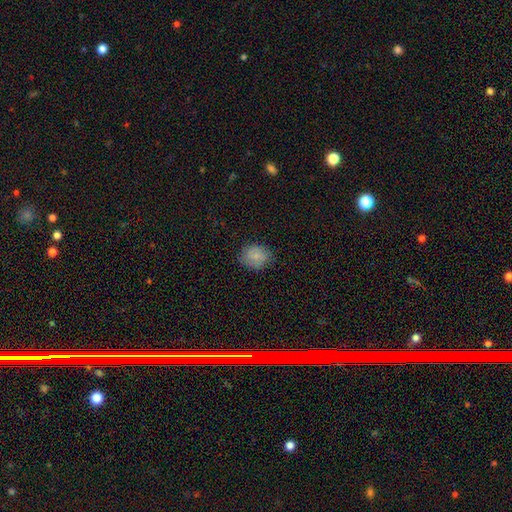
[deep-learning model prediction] Smooth or featured? smooth (80%)
How rounded? round (55%)
Merging? none (75%)